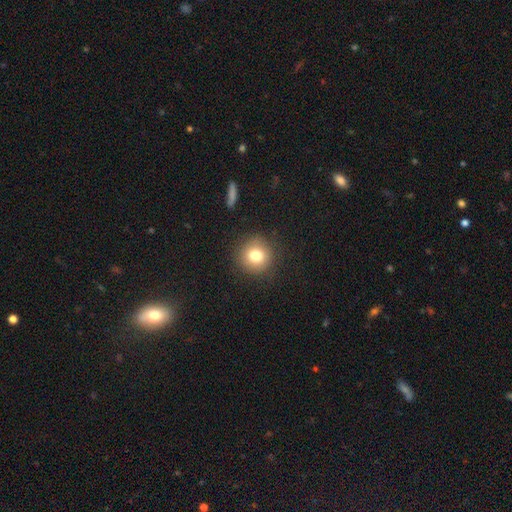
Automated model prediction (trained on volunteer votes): Smooth or featured?
  - smooth: 78% *
  - star or artifact: 11%
  - featured or disk: 10%
How rounded?
  - round: 93% *
  - in between: 6%
  - cigar-shaped: 1%
Merging?
  - none: 89% *
  - minor disturbance: 7%
  - major disturbance: 3%
  - merger: 1%